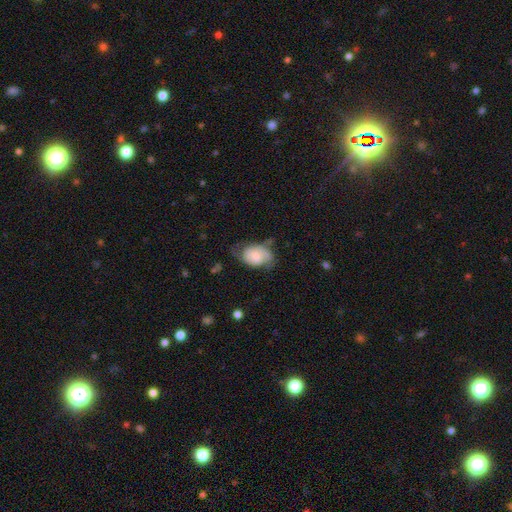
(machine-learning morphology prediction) This appears to be a smooth galaxy with no disk features (58%) that is in between round and cigar-shaped (80%). Merging: none (40%).